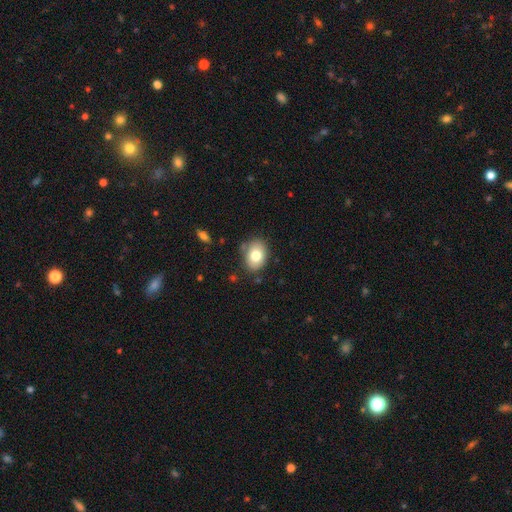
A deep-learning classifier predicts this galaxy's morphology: This is likely a smooth galaxy (78%). How rounded: likely in between (70%). Merging: likely none (79%).